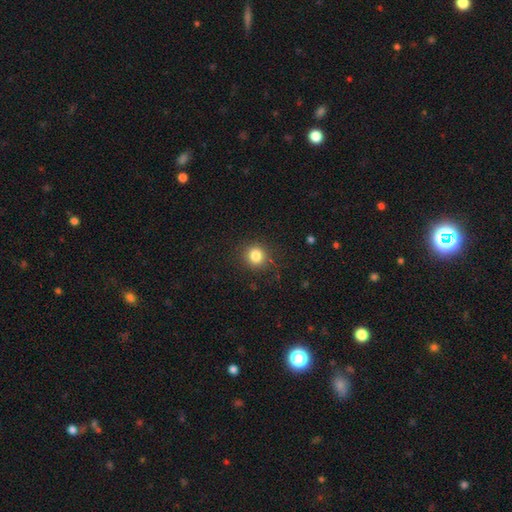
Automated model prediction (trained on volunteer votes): Smooth or featured?
  - smooth: 83% *
  - star or artifact: 12%
  - featured or disk: 5%
How rounded?
  - round: 90% *
  - in between: 9%
  - cigar-shaped: 1%
Merging?
  - none: 88% *
  - minor disturbance: 8%
  - major disturbance: 3%
  - merger: 1%